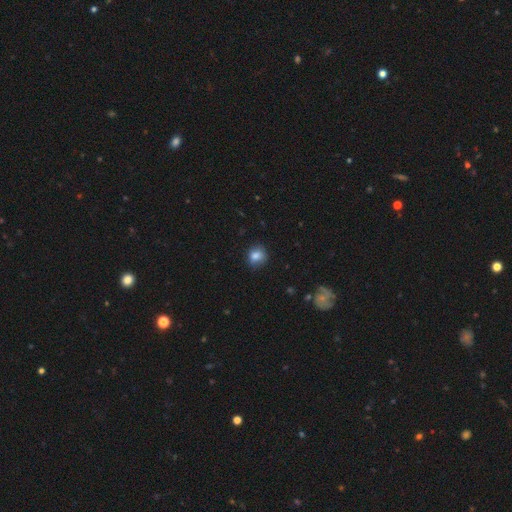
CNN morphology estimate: Smooth or featured?
  - smooth: 82% *
  - star or artifact: 10%
  - featured or disk: 8%
How rounded?
  - round: 74% *
  - in between: 25%
  - cigar-shaped: 1%
Merging?
  - none: 80% *
  - minor disturbance: 15%
  - major disturbance: 3%
  - merger: 1%